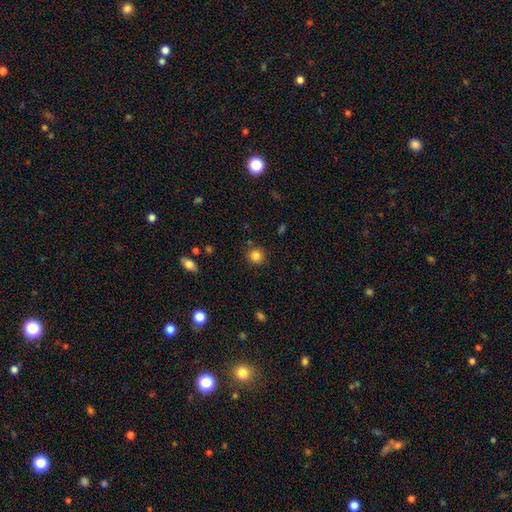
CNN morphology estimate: This appears to be a smooth galaxy with no disk features (84%) that is round (91%). Merging: none (86%).